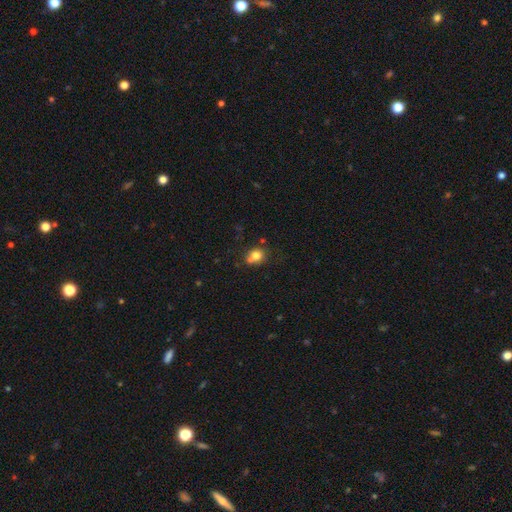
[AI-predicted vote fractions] Smooth or featured? smooth (77%)
How rounded? round (75%)
Merging? none (52%)